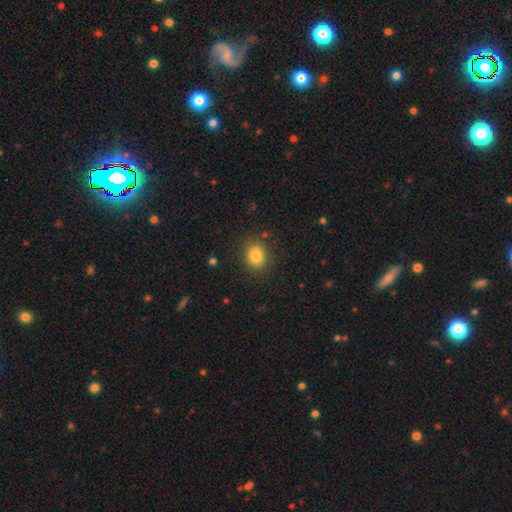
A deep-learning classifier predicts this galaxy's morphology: Q: Smooth or featured?
A: smooth (83%); runner-up: star or artifact (11%)
Q: How rounded?
A: round (60%); runner-up: in between (39%)
Q: Merging?
A: none (86%); runner-up: minor disturbance (9%)